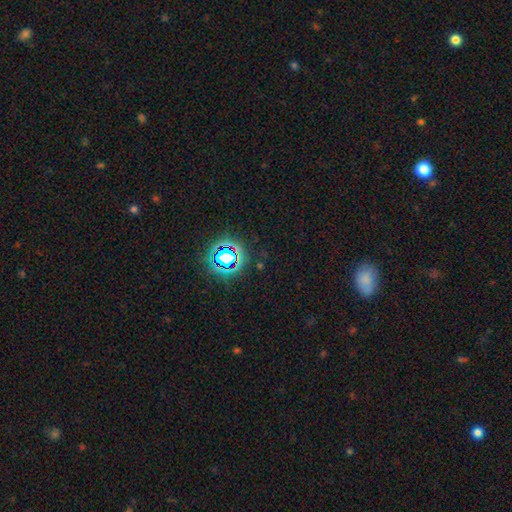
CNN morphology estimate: Smooth or featured? Predicted: star or artifact (p=0.77).